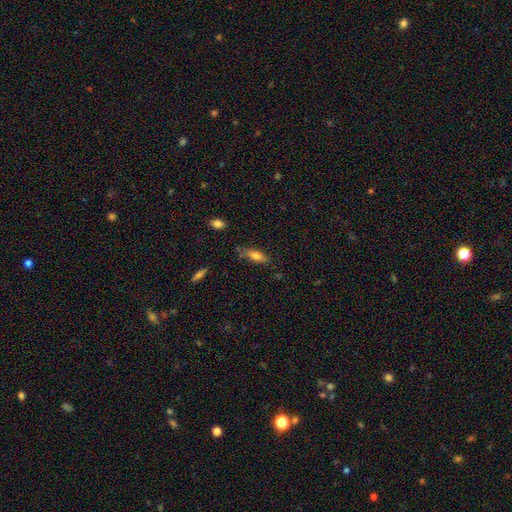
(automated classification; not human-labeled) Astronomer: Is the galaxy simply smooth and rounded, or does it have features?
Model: smooth — 74%.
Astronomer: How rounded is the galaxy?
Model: in between — 58% (runner-up: cigar-shaped, 39%).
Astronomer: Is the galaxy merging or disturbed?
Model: none — 68%.